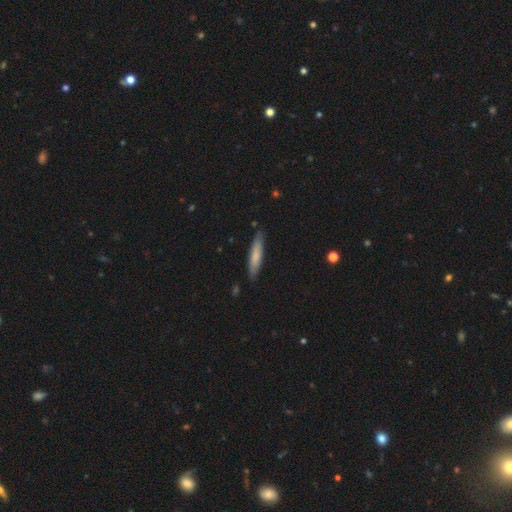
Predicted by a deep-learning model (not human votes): This is likely a smooth galaxy (72%). How rounded: clearly cigar-shaped (86%). Merging: clearly none (85%).